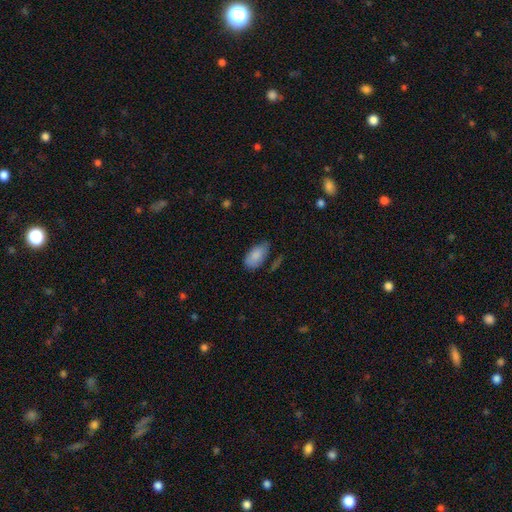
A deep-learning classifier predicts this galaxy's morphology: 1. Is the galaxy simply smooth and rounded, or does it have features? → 85% smooth, 9% featured or disk, 7% star or artifact.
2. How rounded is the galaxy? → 94% in between, 3% round, 3% cigar-shaped.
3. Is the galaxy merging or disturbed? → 64% none, 27% minor disturbance, 6% major disturbance, 4% merger.